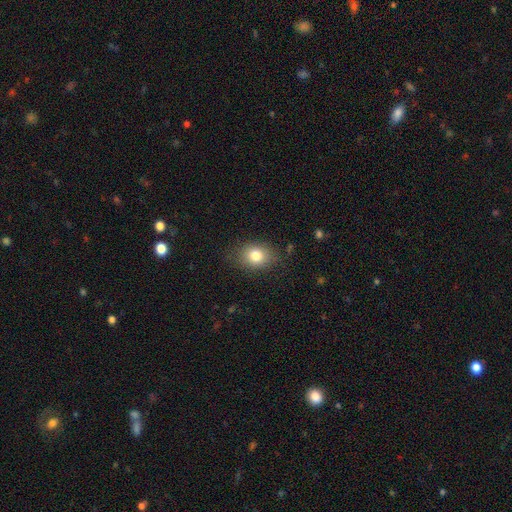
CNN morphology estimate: Smooth or featured: smooth — 80% (star or artifact — 10%)
How rounded: in between — 58% (round — 41%)
Merging: none — 80% (minor disturbance — 15%)